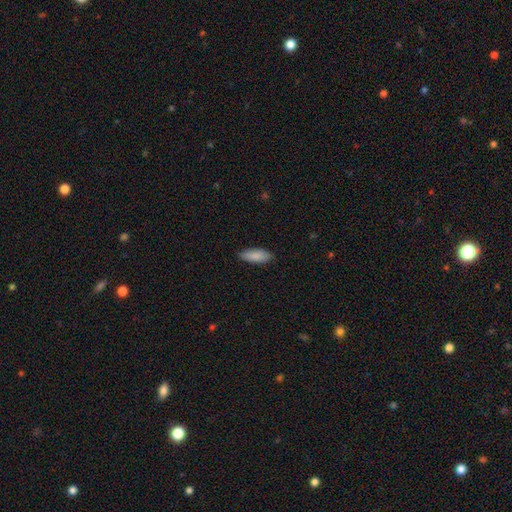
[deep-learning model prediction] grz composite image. It shows a smooth galaxy with no disk features (87%) that is in between round and cigar-shaped (75%). Merging: none (81%).